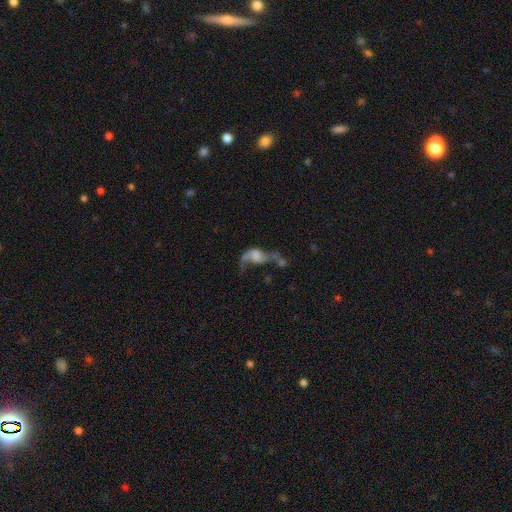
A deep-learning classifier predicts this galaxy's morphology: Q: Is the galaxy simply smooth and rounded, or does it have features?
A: featured or disk — 58%.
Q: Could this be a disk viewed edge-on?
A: no — 95%.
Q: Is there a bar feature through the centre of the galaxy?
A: no — 63%.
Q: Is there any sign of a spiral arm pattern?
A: yes — 67%.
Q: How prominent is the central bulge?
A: none — 43%.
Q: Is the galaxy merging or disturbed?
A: merger — 37%.